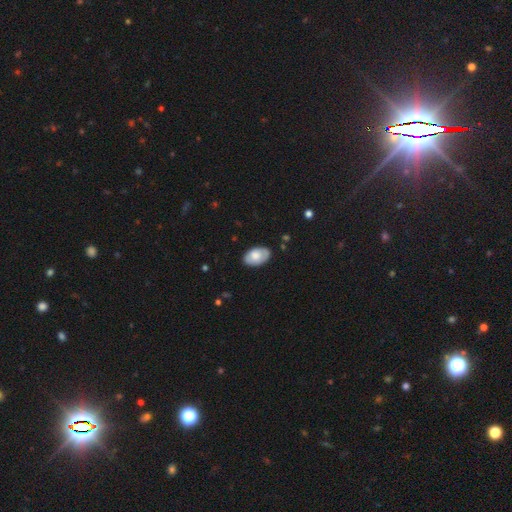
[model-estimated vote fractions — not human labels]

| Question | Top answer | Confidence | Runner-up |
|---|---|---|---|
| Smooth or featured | smooth | 69% | featured or disk (25%) |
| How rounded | in between | 92% | round (7%) |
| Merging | none | 80% | minor disturbance (16%) |